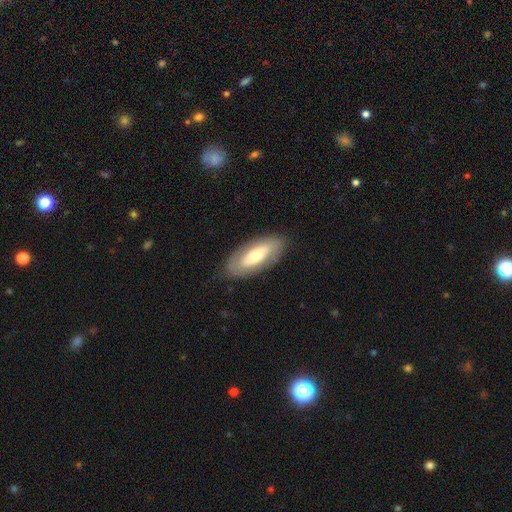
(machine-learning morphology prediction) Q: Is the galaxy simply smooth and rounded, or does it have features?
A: smooth — 49%.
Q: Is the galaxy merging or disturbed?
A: none — 82%.